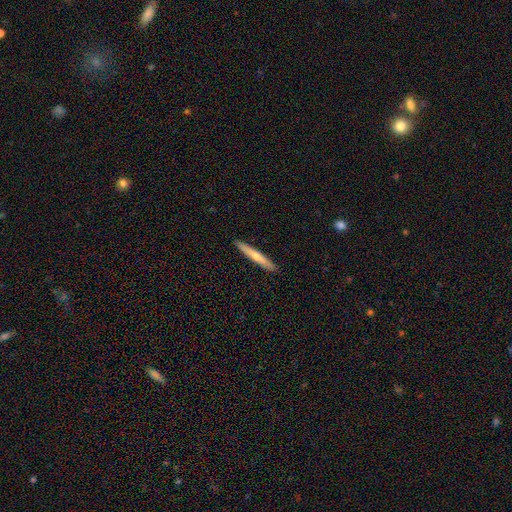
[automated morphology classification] smooth-or-featured: featured or disk: 54% | smooth: 40% | star or artifact: 6%
  disk-edge-on: yes: 96% | no: 4%
    edge-on-bulge: rounded: 71% | none: 25% | boxy: 3%
  merging: none: 92% | minor disturbance: 6% | major disturbance: 1% | merger: 1%